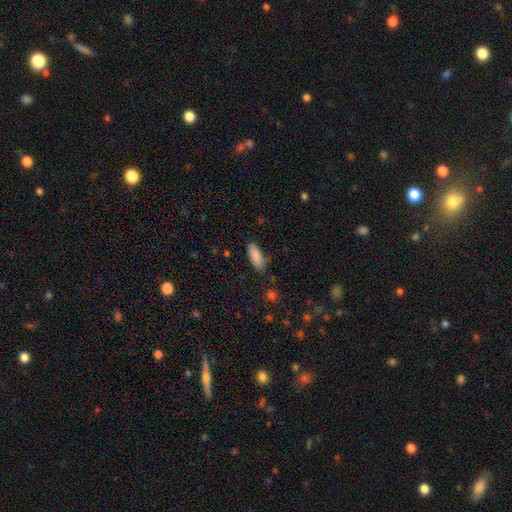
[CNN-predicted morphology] A smooth galaxy with no disk features (88%) that is in between round and cigar-shaped (78%).

Vote fractions:
- Smooth or featured? smooth: 88% / star or artifact: 6% / featured or disk: 6%
- How rounded? in between: 78% / cigar-shaped: 20% / round: 2%
- Merging? none: 80% / minor disturbance: 15% / major disturbance: 3% / merger: 2%